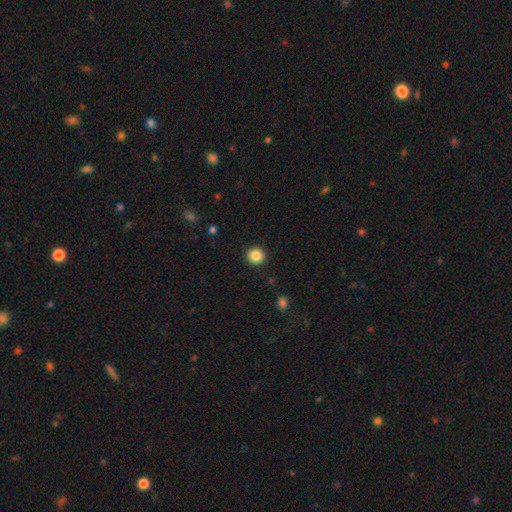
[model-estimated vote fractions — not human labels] Smooth or featured?
  - smooth: 86% *
  - star or artifact: 10%
  - featured or disk: 4%
How rounded?
  - round: 94% *
  - in between: 5%
  - cigar-shaped: 1%
Merging?
  - none: 93% *
  - minor disturbance: 5%
  - major disturbance: 2%
  - merger: 1%